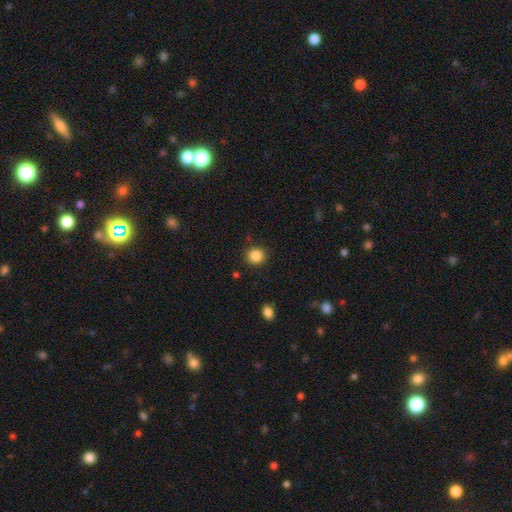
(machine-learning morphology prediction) type=smooth (86%); roundness=round (89%); merging=none (89%).